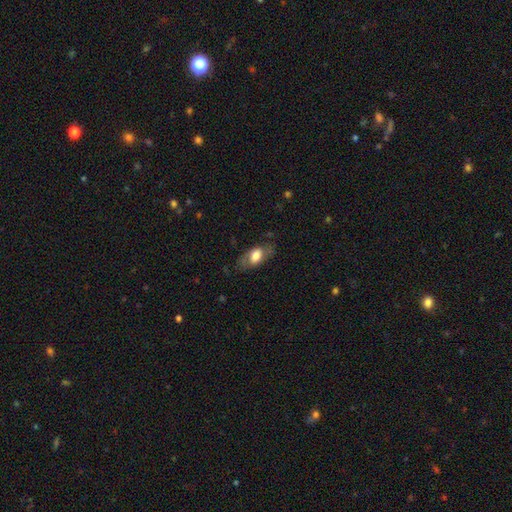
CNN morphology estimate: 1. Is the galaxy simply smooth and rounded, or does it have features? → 63% smooth, 31% featured or disk, 6% star or artifact.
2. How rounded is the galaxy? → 86% in between, 8% cigar-shaped, 6% round.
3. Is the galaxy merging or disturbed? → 68% none, 20% minor disturbance, 10% major disturbance, 1% merger.